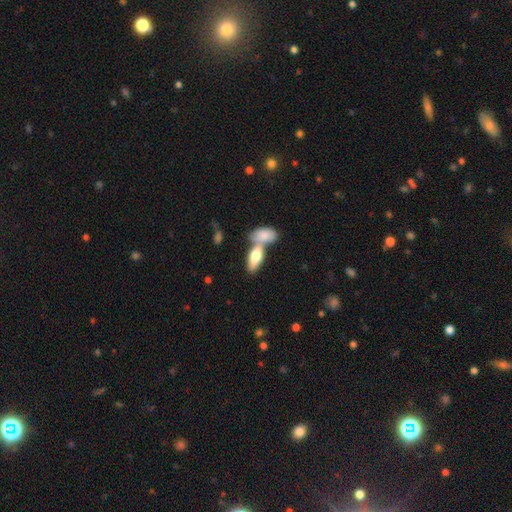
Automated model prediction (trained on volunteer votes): Smooth or featured?
  - smooth: 76% *
  - featured or disk: 19%
  - star or artifact: 5%
How rounded?
  - in between: 85% *
  - cigar-shaped: 12%
  - round: 3%
Merging?
  - merger: 56% *
  - none: 32%
  - minor disturbance: 9%
  - major disturbance: 4%